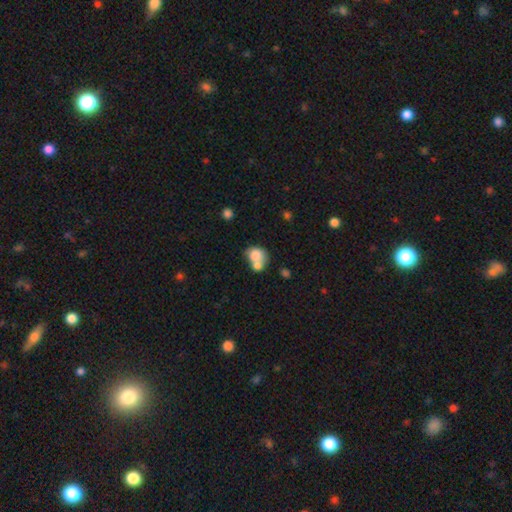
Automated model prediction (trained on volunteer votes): Smooth or featured: smooth — 75% (featured or disk — 16%)
How rounded: round — 59% (in between — 40%)
Merging: merger — 60% (none — 25%)